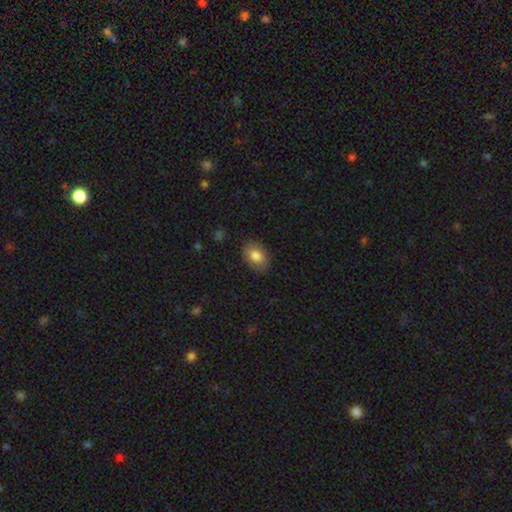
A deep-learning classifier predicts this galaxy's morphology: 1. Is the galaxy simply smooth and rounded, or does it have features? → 81% smooth, 11% featured or disk, 7% star or artifact.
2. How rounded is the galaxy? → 83% in between, 15% round, 1% cigar-shaped.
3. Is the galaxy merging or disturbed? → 84% none, 12% minor disturbance, 3% major disturbance, 1% merger.